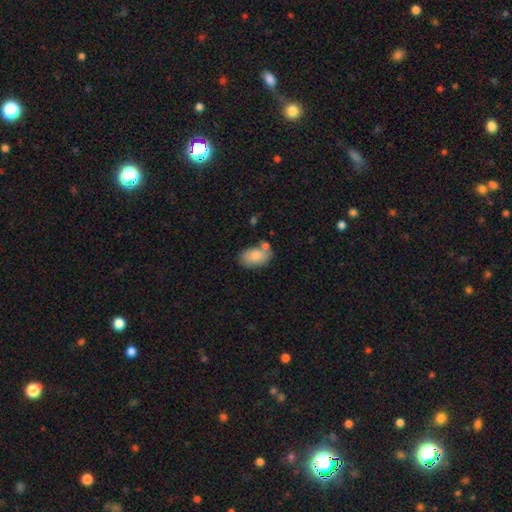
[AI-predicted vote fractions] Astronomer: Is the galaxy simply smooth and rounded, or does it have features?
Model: smooth — 83%.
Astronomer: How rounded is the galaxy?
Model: in between — 91%.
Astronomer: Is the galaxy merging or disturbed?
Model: none — 63%.